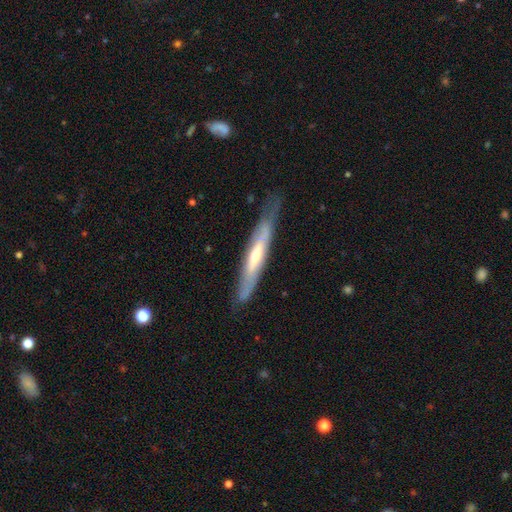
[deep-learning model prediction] Q: Smooth or featured?
A: featured or disk (62%); runner-up: smooth (32%)
Q: Edge-on disk?
A: yes (79%); runner-up: no (21%)
Q: Merging?
A: none (74%); runner-up: minor disturbance (20%)